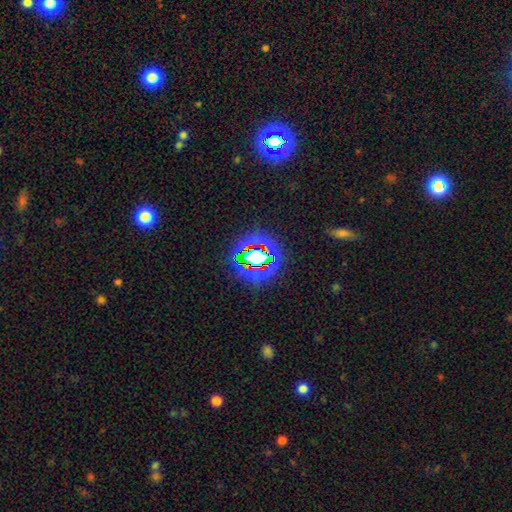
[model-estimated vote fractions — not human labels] This is likely a star or artifact rather than a galaxy (75%).